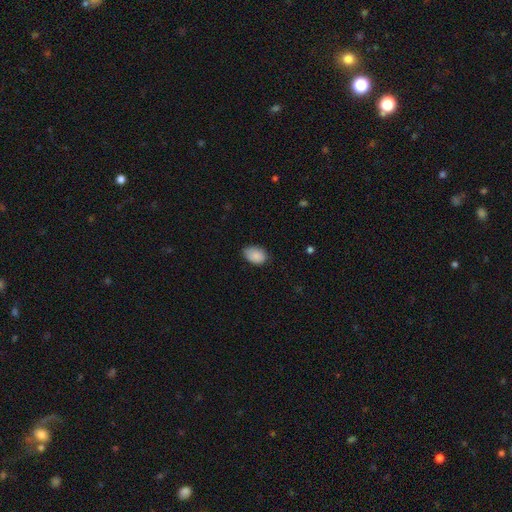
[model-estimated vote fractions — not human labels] This appears to be a smooth galaxy with no disk features (87%) that is in between round and cigar-shaped (82%). Merging: none (67%).